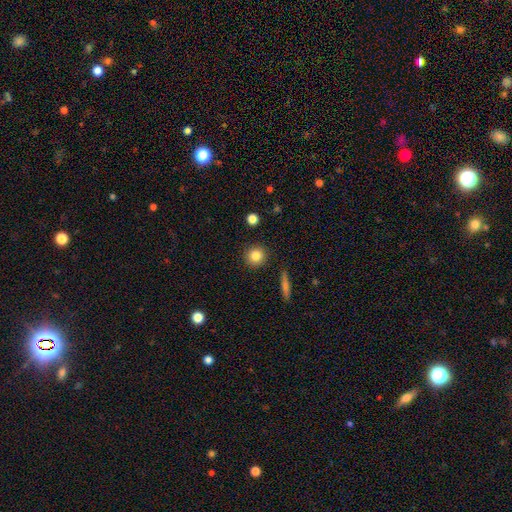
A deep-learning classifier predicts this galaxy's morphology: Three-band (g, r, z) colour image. It shows a smooth galaxy with no disk features (83%) that is round (92%). Merging: none (90%).